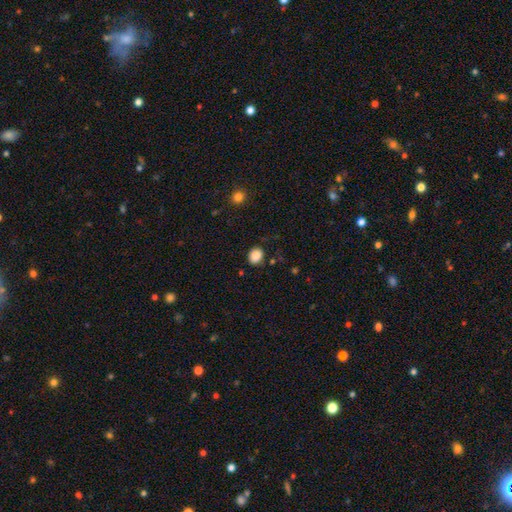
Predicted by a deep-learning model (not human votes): This appears to be a smooth galaxy with no disk features (87%) that is round (57%). Merging: none (83%).